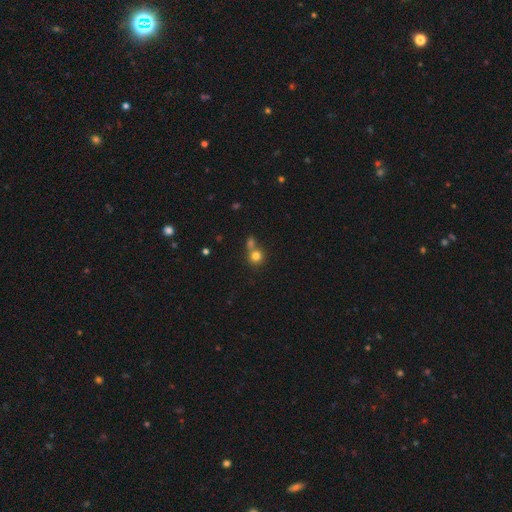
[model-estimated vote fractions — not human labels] Morphology: type=smooth (79%); roundness=round (88%); merging=none (52%).